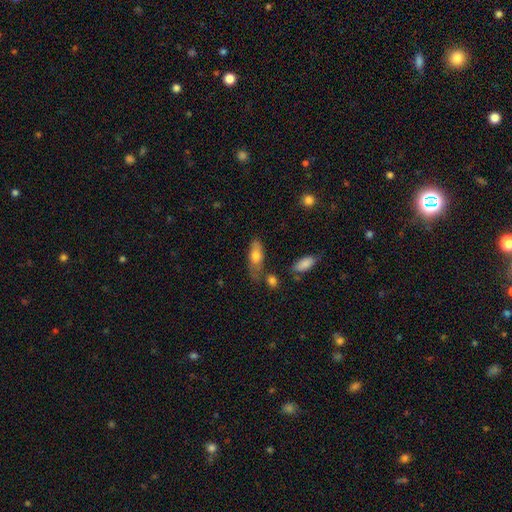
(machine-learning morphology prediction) smooth-or-featured: smooth: 72% | featured or disk: 22% | star or artifact: 7%
  how-rounded: in between: 76% | cigar-shaped: 21% | round: 3%
  merging: none: 50% | minor disturbance: 28% | major disturbance: 11% | merger: 11%